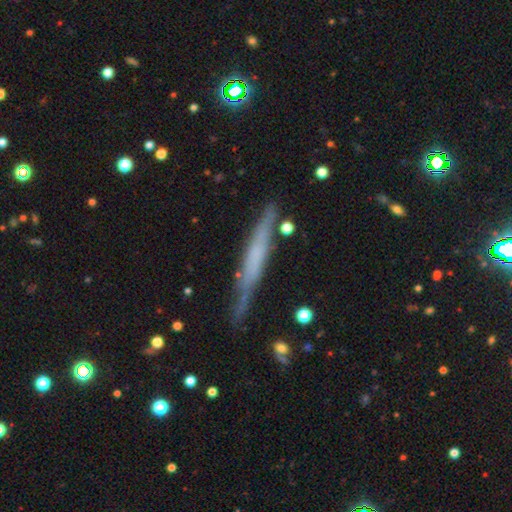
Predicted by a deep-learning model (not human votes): Morphology: type=featured or disk (54%); edge-on=yes (92%); merging=none (74%).